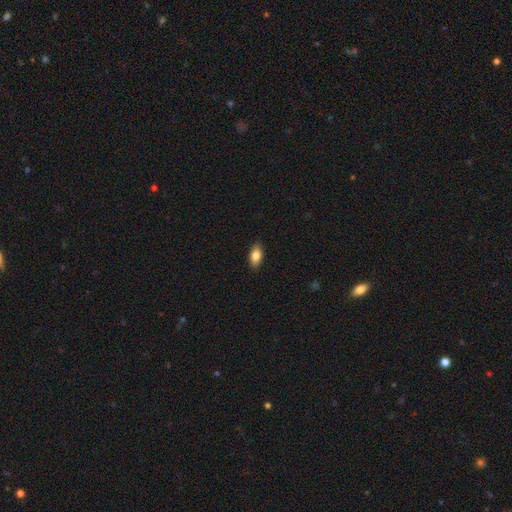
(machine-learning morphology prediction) A smooth galaxy with no disk features (83%) that is in between round and cigar-shaped (90%). Merging: none (89%).